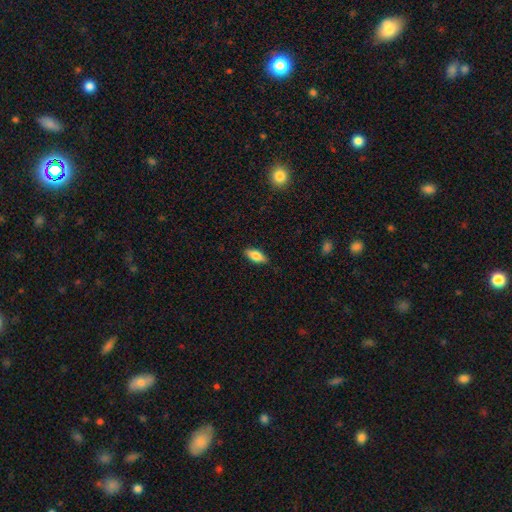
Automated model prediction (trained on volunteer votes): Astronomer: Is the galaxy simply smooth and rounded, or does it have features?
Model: smooth — 75%.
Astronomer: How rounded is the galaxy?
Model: in between — 79%.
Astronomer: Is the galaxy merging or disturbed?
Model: none — 87%.